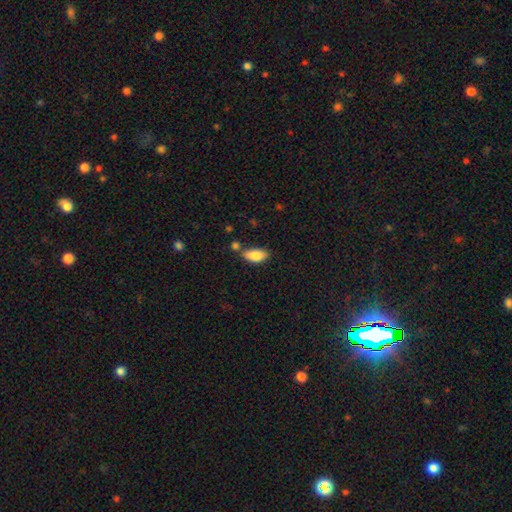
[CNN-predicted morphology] Q: Smooth or featured?
A: smooth (84%); runner-up: featured or disk (9%)
Q: How rounded?
A: in between (89%); runner-up: cigar-shaped (8%)
Q: Merging?
A: none (67%); runner-up: minor disturbance (18%)